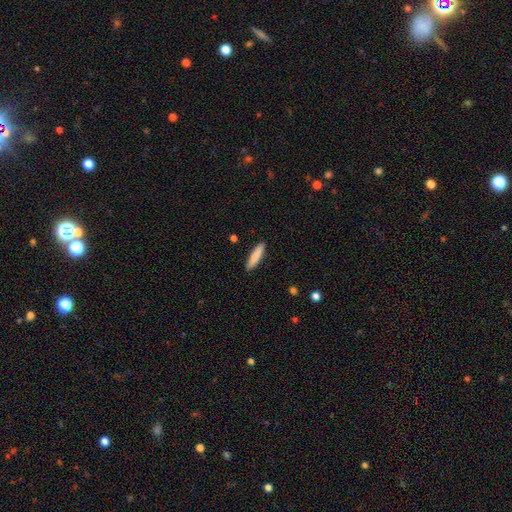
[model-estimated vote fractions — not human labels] This appears to be a smooth galaxy with no disk features (85%) that is cigar-shaped (82%). Merging: none (90%).